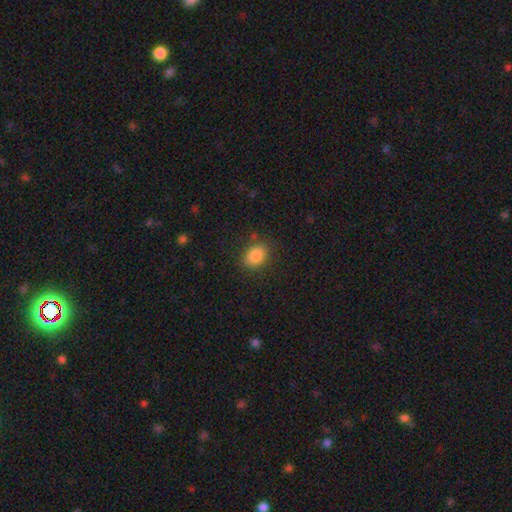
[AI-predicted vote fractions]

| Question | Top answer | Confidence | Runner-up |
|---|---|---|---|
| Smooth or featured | smooth | 86% | star or artifact (9%) |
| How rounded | in between | 72% | round (26%) |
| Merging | none | 81% | minor disturbance (13%) |